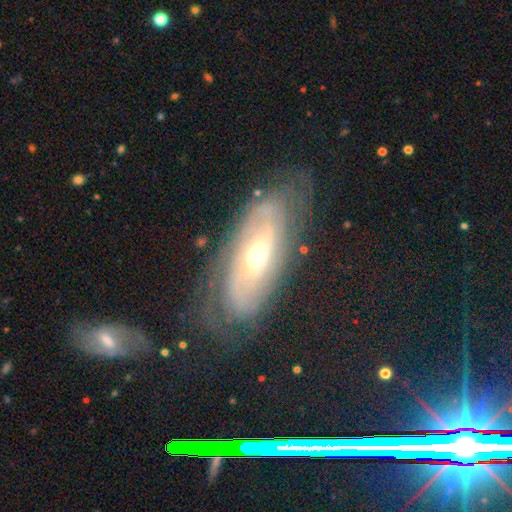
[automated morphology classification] Smooth or featured? Predicted: featured or disk (p=0.76). Edge-on disk? Predicted: no (p=0.85). Bar? Predicted: no (p=0.54). Spiral arms? Predicted: yes (p=0.83). Spiral winding? Predicted: tight (p=0.65). Spiral arm count? Predicted: can't tell (p=0.50). Bulge size? Predicted: moderate (p=0.69). Merging? Predicted: none (p=0.71).